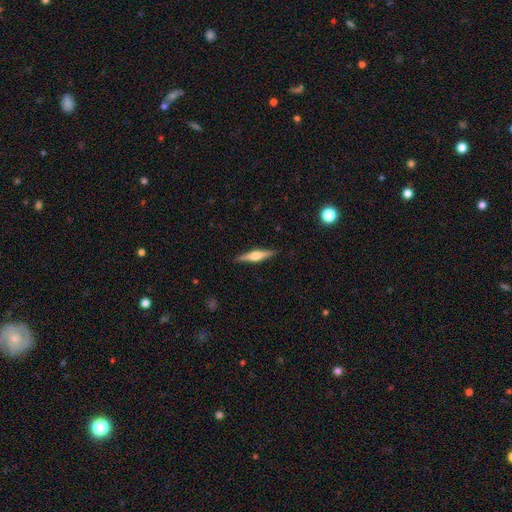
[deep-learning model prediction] smooth-or-featured: featured or disk: 63% | smooth: 32% | star or artifact: 6%
  disk-edge-on: yes: 97% | no: 3%
    edge-on-bulge: rounded: 86% | boxy: 10% | none: 3%
  merging: none: 90% | minor disturbance: 7% | major disturbance: 2% | merger: 1%